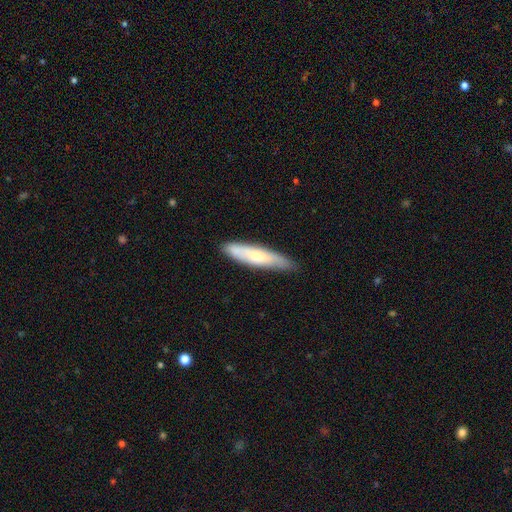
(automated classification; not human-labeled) A smooth galaxy with no disk features (60%) that is cigar-shaped (81%).

Vote fractions:
- Smooth or featured? smooth: 60% / featured or disk: 35% / star or artifact: 6%
- How rounded? cigar-shaped: 81% / in between: 18% / round: 1%
- Merging? none: 80% / minor disturbance: 16% / major disturbance: 3% / merger: 2%